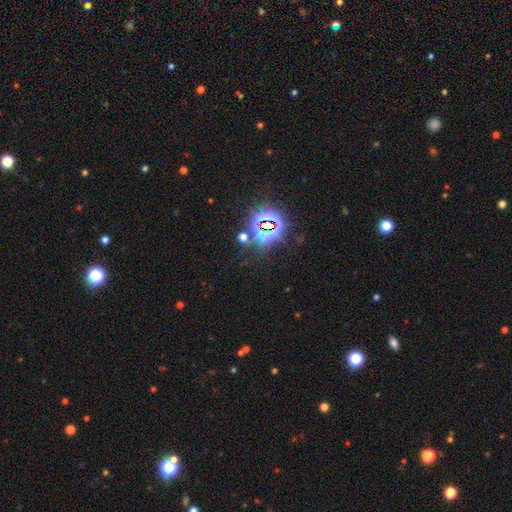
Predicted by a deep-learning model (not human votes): The model was most divided on "smooth or featured": star or artifact: 82%, smooth: 10%, featured or disk: 8%.